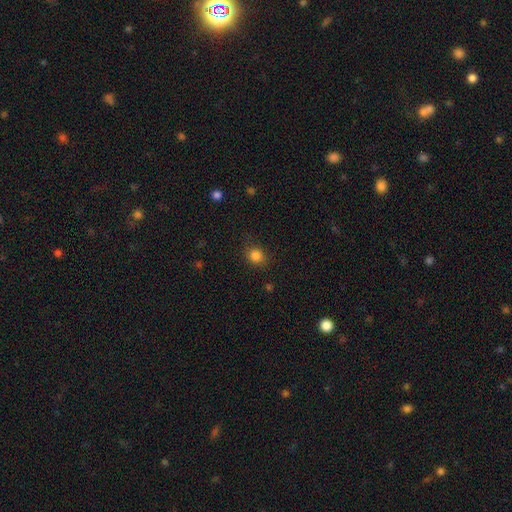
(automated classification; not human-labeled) Smooth or featured? Predicted: smooth (p=0.84). How rounded? Predicted: round (p=0.78). Merging? Predicted: none (p=0.84).